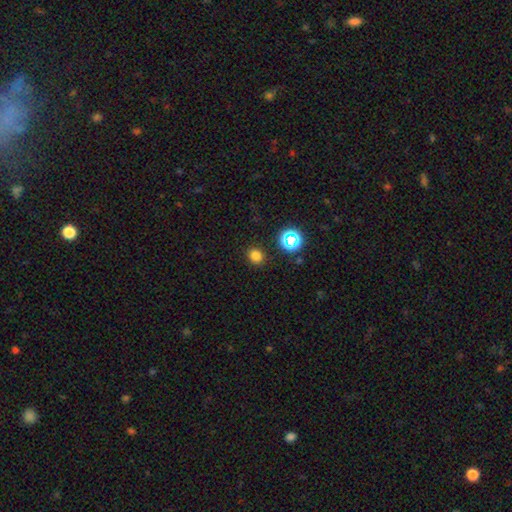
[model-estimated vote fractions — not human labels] Overall: smooth (77%). How rounded: round (71%). Merging: none (89%).